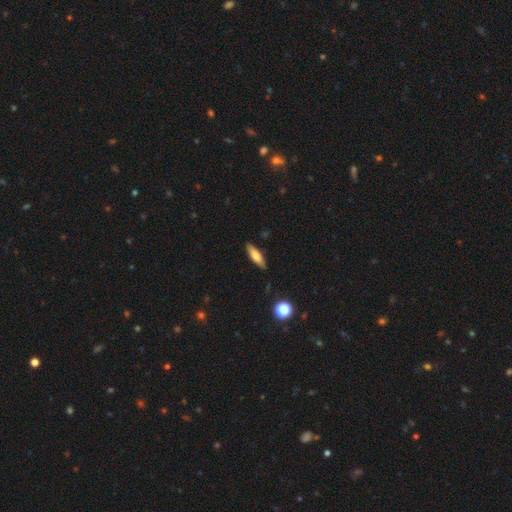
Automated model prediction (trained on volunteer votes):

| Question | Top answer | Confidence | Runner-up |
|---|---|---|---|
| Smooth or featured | smooth | 71% | featured or disk (22%) |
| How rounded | cigar-shaped | 56% | in between (42%) |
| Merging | none | 86% | minor disturbance (11%) |